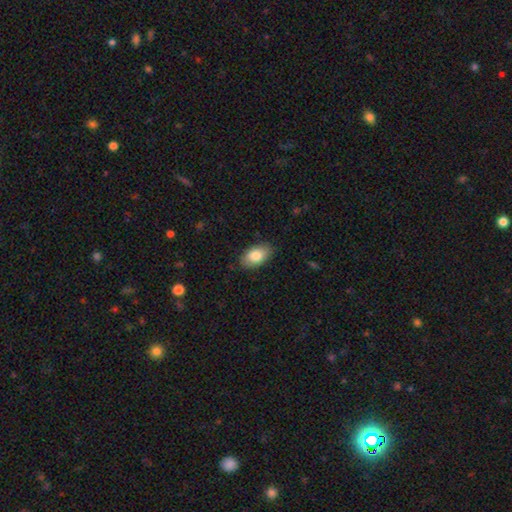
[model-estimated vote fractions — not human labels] Smooth or featured?
  - smooth: 82% *
  - featured or disk: 11%
  - star or artifact: 7%
How rounded?
  - in between: 93% *
  - round: 5%
  - cigar-shaped: 2%
Merging?
  - none: 86% *
  - minor disturbance: 11%
  - major disturbance: 2%
  - merger: 1%